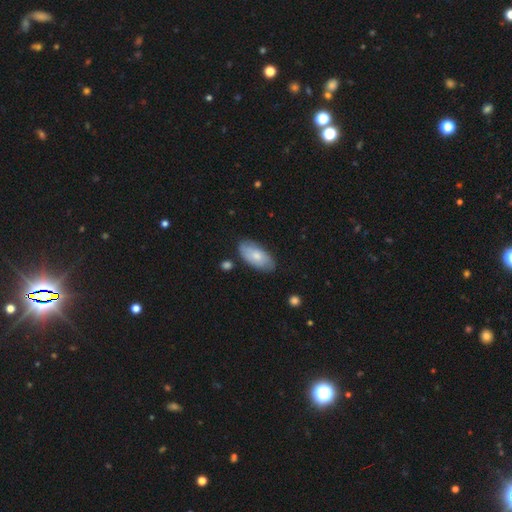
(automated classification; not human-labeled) Smooth or featured? Predicted: smooth (p=0.69). How rounded? Predicted: in between (p=0.92). Merging? Predicted: none (p=0.77).